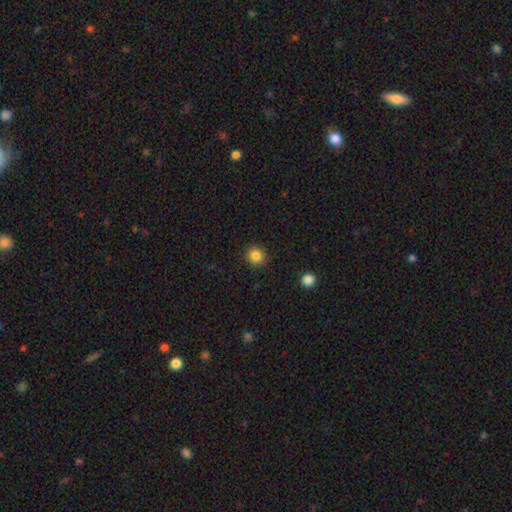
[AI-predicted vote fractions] smooth-or-featured: smooth: 85% | star or artifact: 11% | featured or disk: 4%
  how-rounded: round: 90% | in between: 9% | cigar-shaped: 1%
  merging: none: 90% | minor disturbance: 7% | major disturbance: 2% | merger: 1%